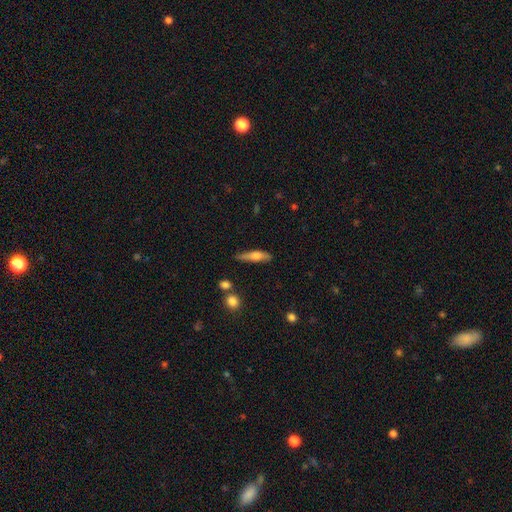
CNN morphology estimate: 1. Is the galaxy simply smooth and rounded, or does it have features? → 59% smooth, 35% featured or disk, 7% star or artifact.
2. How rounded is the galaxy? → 75% cigar-shaped, 22% in between, 3% round.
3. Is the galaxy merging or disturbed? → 71% none, 21% minor disturbance, 5% major disturbance, 3% merger.